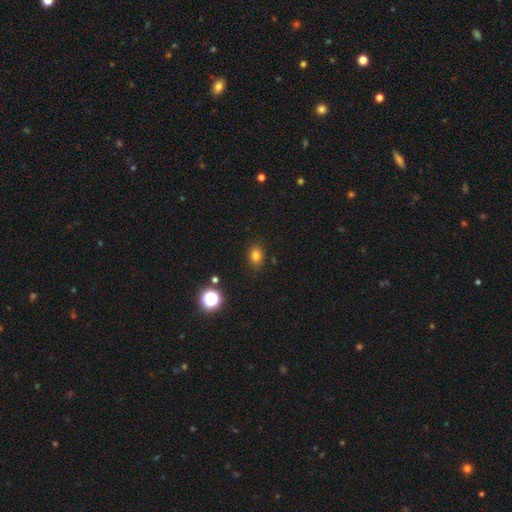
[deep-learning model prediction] A smooth galaxy with no disk features (78%) that is in between round and cigar-shaped (59%).

Vote fractions:
- Smooth or featured? smooth: 78% / star or artifact: 15% / featured or disk: 7%
- How rounded? in between: 59% / round: 39% / cigar-shaped: 1%
- Merging? none: 87% / minor disturbance: 9% / major disturbance: 2% / merger: 2%